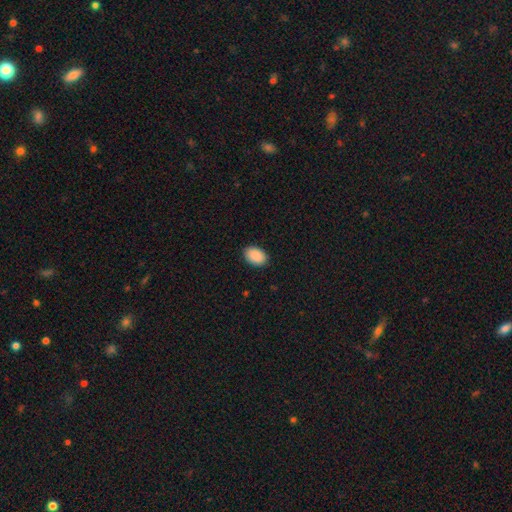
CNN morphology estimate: Smooth or featured? Predicted: smooth (p=0.91). How rounded? Predicted: in between (p=0.84). Merging? Predicted: none (p=0.87).